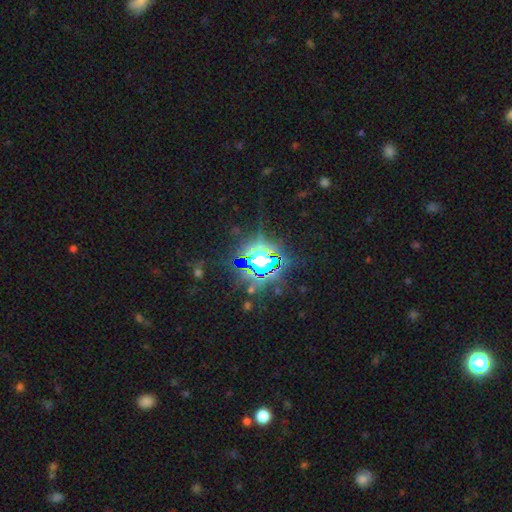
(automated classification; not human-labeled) A star or artifact, not a galaxy (77%).